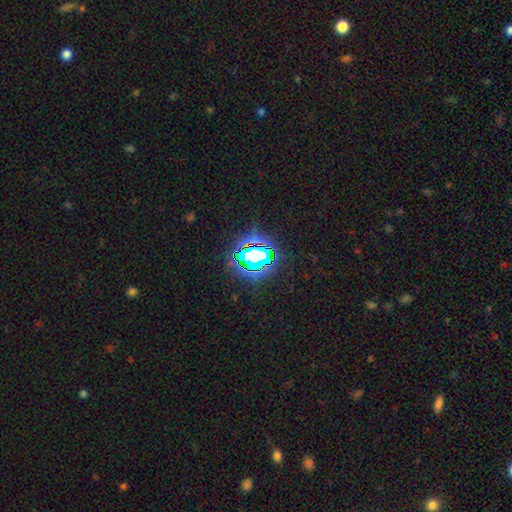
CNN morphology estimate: Smooth or featured?
  - star or artifact: 71% *
  - smooth: 17%
  - featured or disk: 12%